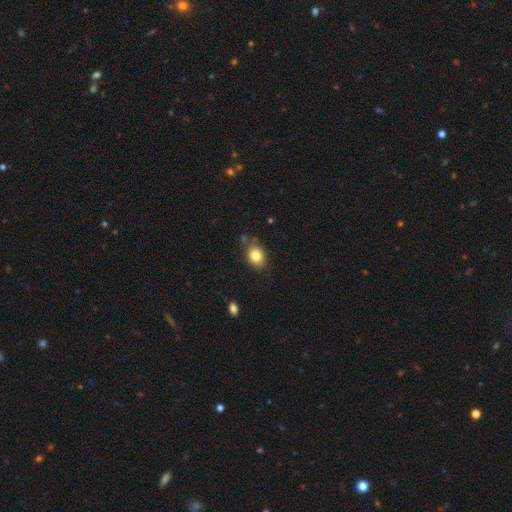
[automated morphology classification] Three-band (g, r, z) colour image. It shows a smooth galaxy with no disk features (82%) that is in between round and cigar-shaped (63%). Merging: none (76%).